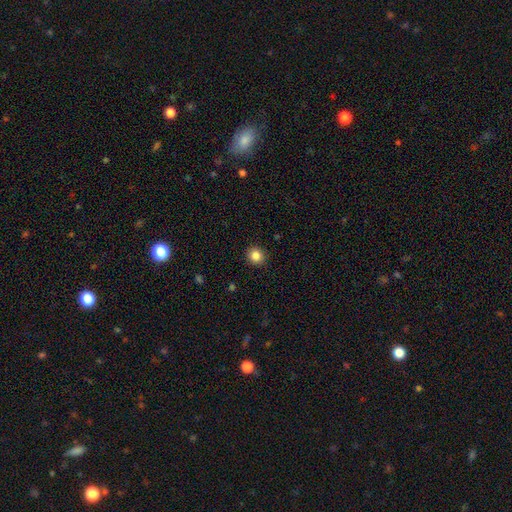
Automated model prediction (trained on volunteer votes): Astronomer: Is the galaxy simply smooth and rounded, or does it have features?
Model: smooth — 84%.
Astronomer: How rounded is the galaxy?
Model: round — 85%.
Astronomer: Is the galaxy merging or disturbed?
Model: none — 92%.